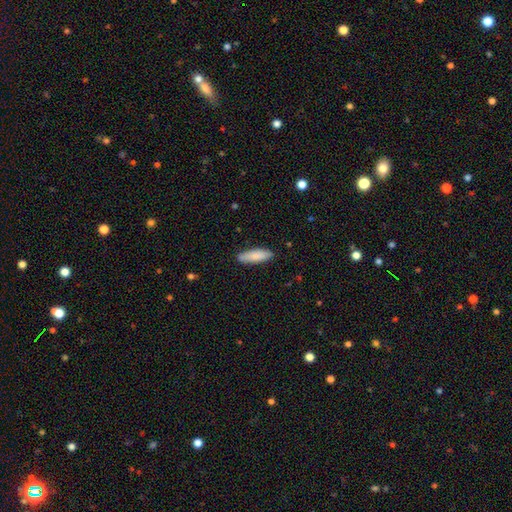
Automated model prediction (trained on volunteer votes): Q: Smooth or featured?
A: smooth (85%); runner-up: featured or disk (9%)
Q: How rounded?
A: cigar-shaped (54%); runner-up: in between (44%)
Q: Merging?
A: none (87%); runner-up: minor disturbance (10%)